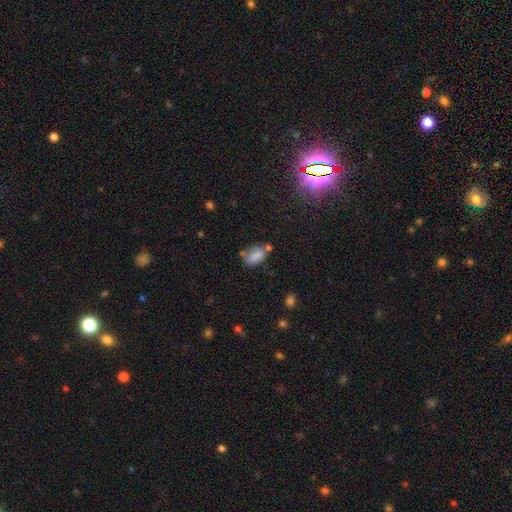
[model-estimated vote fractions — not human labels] A smooth galaxy with no disk features (80%) that is in between round and cigar-shaped (90%).

Vote fractions:
- Smooth or featured? smooth: 80% / featured or disk: 10% / star or artifact: 9%
- How rounded? in between: 90% / round: 7% / cigar-shaped: 3%
- Merging? none: 55% / minor disturbance: 23% / merger: 15% / major disturbance: 7%